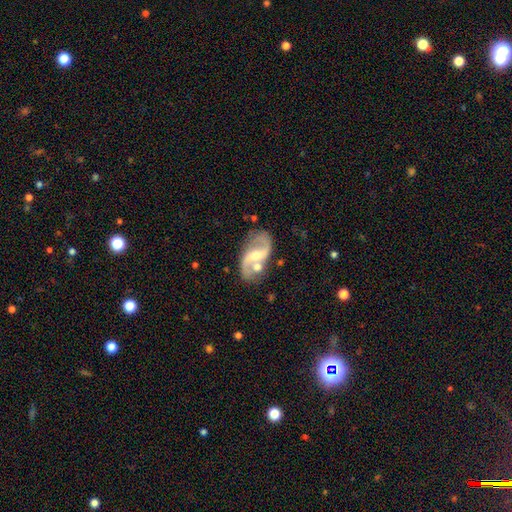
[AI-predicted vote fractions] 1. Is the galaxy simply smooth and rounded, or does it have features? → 87% featured or disk, 8% smooth, 5% star or artifact.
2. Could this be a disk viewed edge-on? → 97% no, 3% yes.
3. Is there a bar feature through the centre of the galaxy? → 43% weak, 29% no, 28% strong.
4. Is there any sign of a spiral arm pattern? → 95% yes, 5% no.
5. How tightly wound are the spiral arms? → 47% loose, 43% medium, 10% tight.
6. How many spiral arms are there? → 92% 2, 3% can't tell, 2% 1, 1% 3, 1% 4, 1% more than 4.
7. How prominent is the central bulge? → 60% moderate, 32% small, 4% large, 2% none, 1% dominant.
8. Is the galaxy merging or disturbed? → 66% none, 15% minor disturbance, 12% merger, 6% major disturbance.